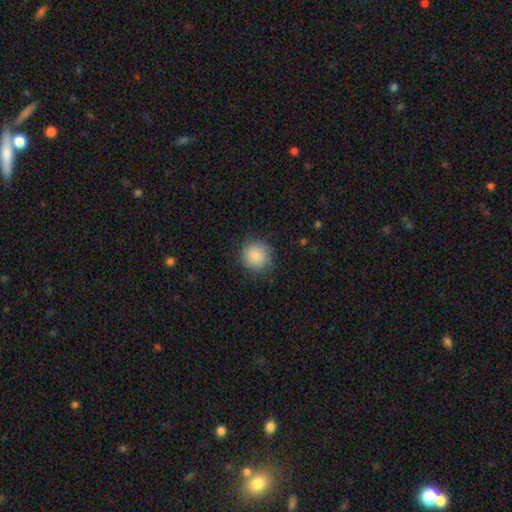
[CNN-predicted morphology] Q: Smooth or featured?
A: smooth (87%); runner-up: star or artifact (8%)
Q: How rounded?
A: round (92%); runner-up: in between (7%)
Q: Merging?
A: none (84%); runner-up: minor disturbance (12%)